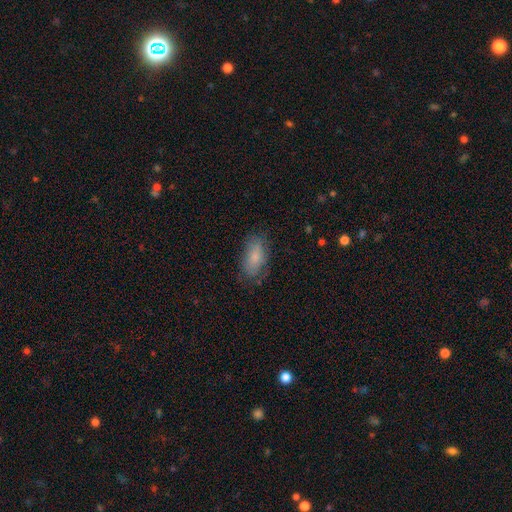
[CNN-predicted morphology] smooth-or-featured: smooth: 74% | featured or disk: 18% | star or artifact: 8%
  how-rounded: in between: 90% | cigar-shaped: 6% | round: 4%
  merging: none: 70% | minor disturbance: 21% | major disturbance: 8% | merger: 1%